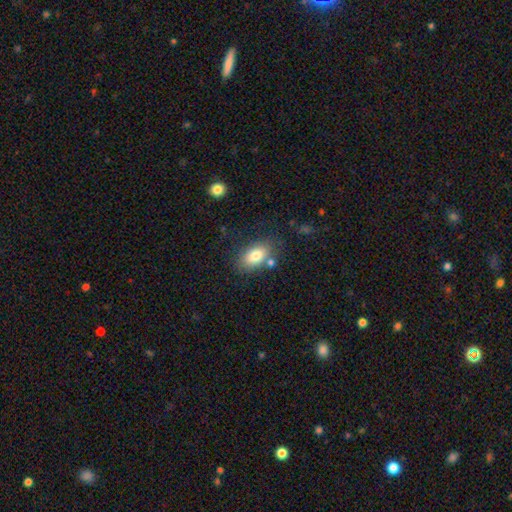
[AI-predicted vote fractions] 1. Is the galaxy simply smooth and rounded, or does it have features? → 79% smooth, 13% featured or disk, 8% star or artifact.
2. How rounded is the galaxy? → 90% in between, 8% round, 2% cigar-shaped.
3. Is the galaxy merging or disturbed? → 72% none, 15% minor disturbance, 9% merger, 4% major disturbance.